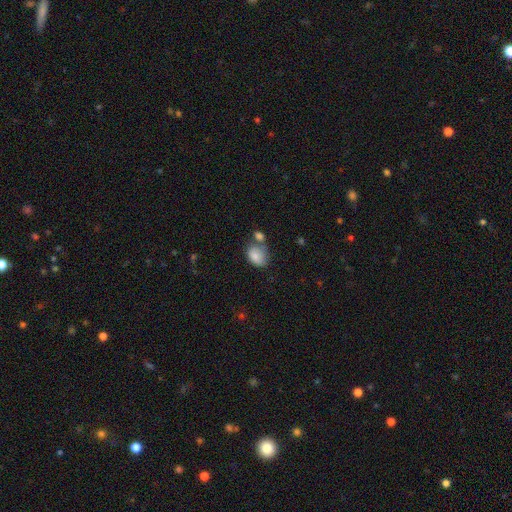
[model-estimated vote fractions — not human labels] smooth_or_featured: smooth (p=0.81) [alt: featured or disk p=0.11]
how_rounded: in between (p=0.70) [alt: round p=0.29]
merging: none (p=0.42) [alt: merger p=0.29]